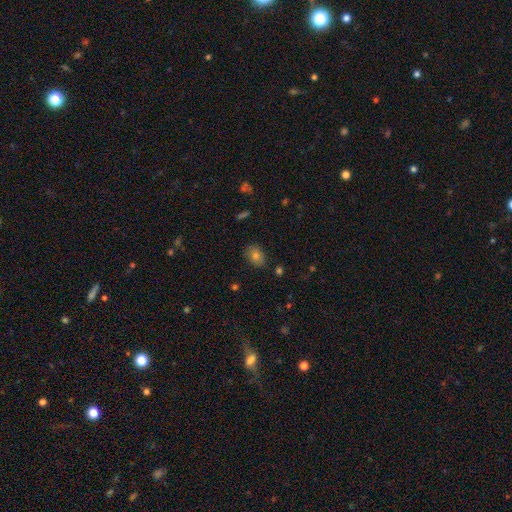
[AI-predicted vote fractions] Smooth or featured? Predicted: smooth (p=0.74). How rounded? Predicted: in between (p=0.68). Merging? Predicted: none (p=0.82).